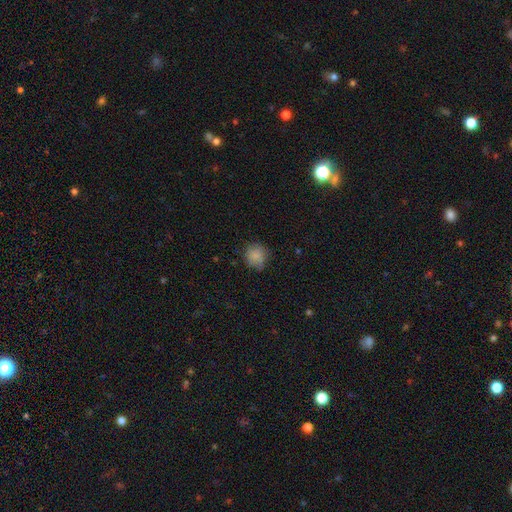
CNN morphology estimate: A smooth galaxy with no disk features (81%) that is round (83%).

Vote fractions:
- Smooth or featured? smooth: 81% / star or artifact: 10% / featured or disk: 9%
- How rounded? round: 83% / in between: 16% / cigar-shaped: 1%
- Merging? none: 69% / minor disturbance: 23% / major disturbance: 6% / merger: 2%